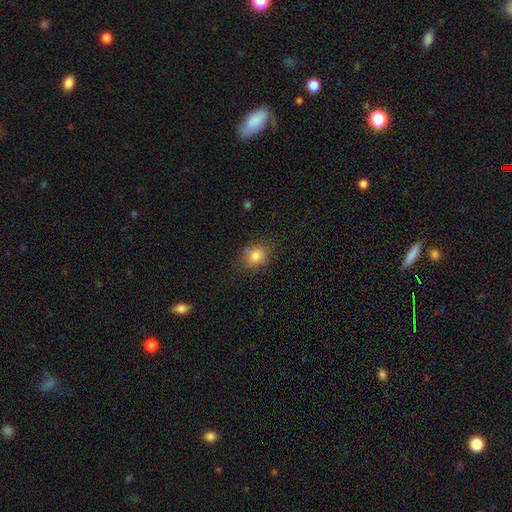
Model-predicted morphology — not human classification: This appears to be a smooth galaxy with no disk features (82%) that is round (67%). Merging: none (77%).